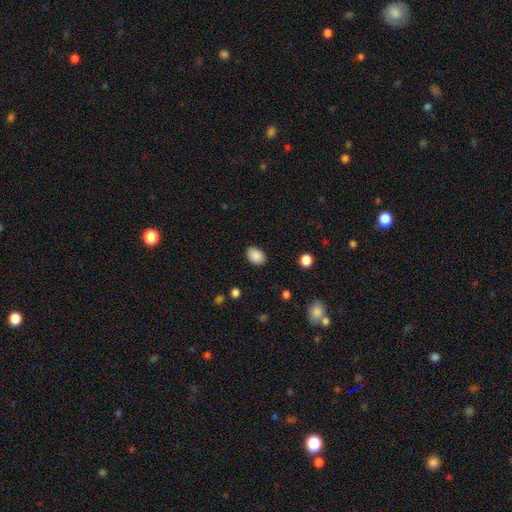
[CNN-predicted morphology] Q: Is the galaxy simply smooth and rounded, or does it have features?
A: smooth — 88%.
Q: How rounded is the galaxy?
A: in between — 75%.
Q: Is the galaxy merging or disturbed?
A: none — 84%.